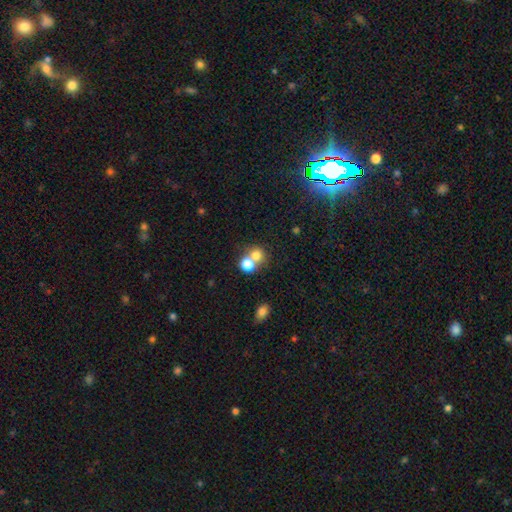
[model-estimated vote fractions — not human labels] smooth_or_featured: smooth (p=0.75) [alt: star or artifact p=0.14]
how_rounded: round (p=0.79) [alt: in between p=0.20]
merging: merger (p=0.50) [alt: none p=0.40]